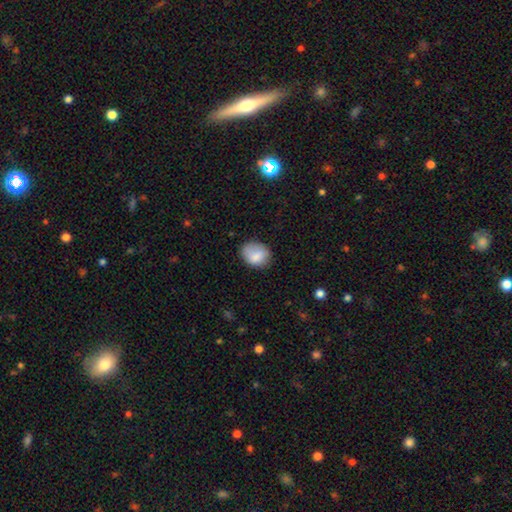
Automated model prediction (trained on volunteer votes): Overall: smooth (82%). How rounded: in between (50%; round 49%). Merging: none (67%).